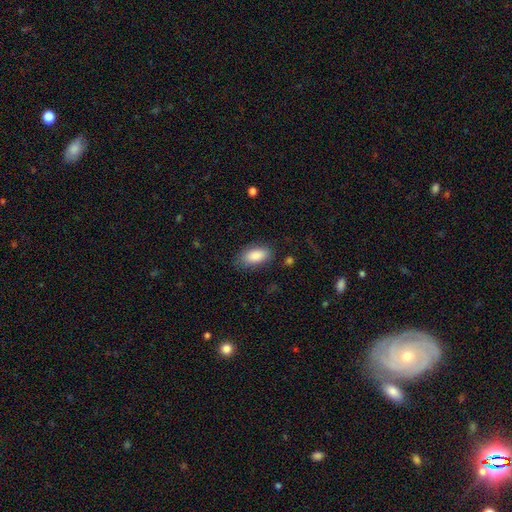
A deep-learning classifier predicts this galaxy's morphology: Overall: smooth (87%). How rounded: in between (93%). Merging: none (78%).